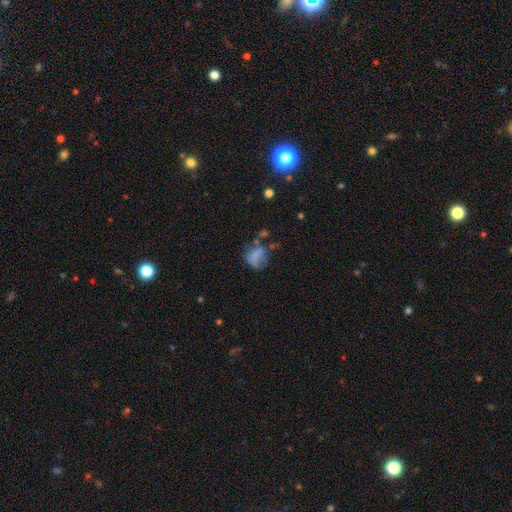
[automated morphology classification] Overall: smooth (59%; featured or disk 26%). How rounded: in between (58%; round 39%). Merging: major disturbance (33%; none 31%).